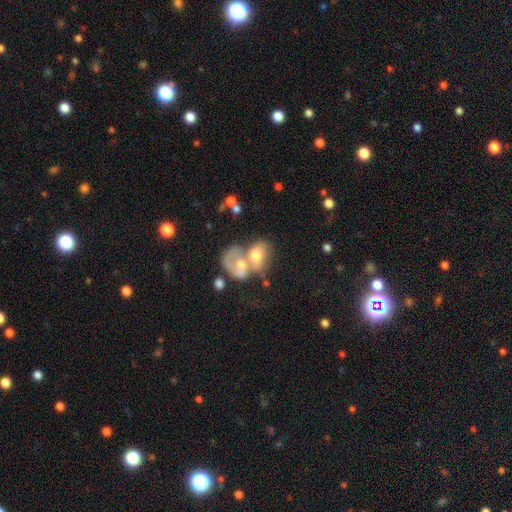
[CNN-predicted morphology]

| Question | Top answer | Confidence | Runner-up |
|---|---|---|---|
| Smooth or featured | smooth | 55% | featured or disk (36%) |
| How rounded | in between | 70% | round (29%) |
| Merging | merger | 74% | none (13%) |